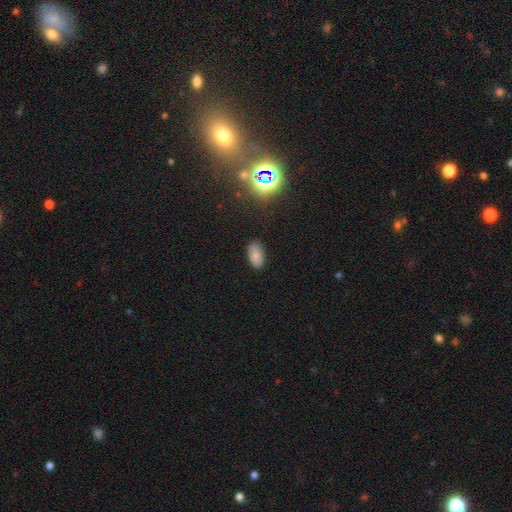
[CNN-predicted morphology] The model was most divided on "smooth or featured": smooth: 78%, star or artifact: 13%, featured or disk: 9%. More confident: how rounded — in between (94%); merging — none (83%).